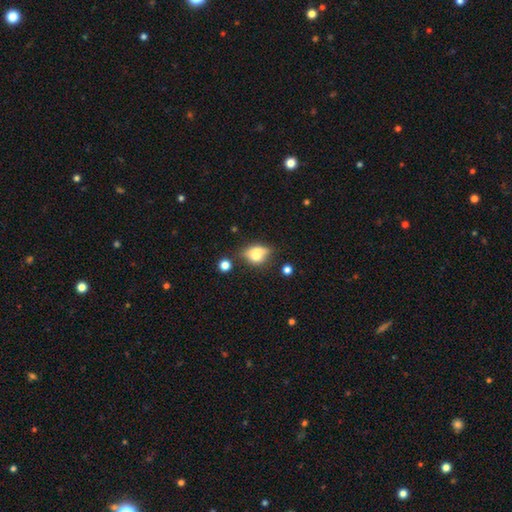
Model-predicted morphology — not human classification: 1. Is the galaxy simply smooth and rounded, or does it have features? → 62% smooth, 26% featured or disk, 12% star or artifact.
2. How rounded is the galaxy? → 60% in between, 36% round, 4% cigar-shaped.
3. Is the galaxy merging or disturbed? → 43% none, 24% minor disturbance, 22% merger, 11% major disturbance.